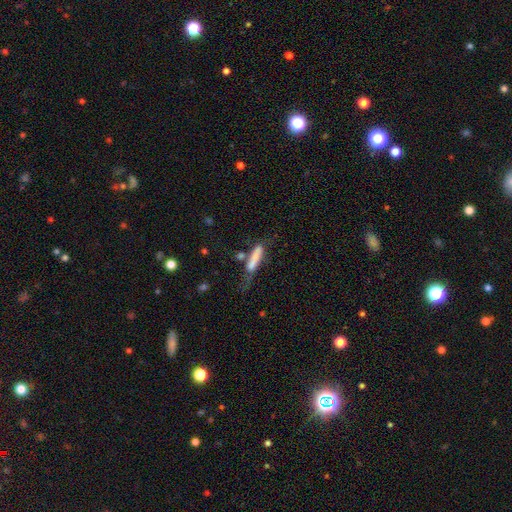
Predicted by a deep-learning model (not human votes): Smooth or featured: smooth — 70% (featured or disk — 22%)
How rounded: cigar-shaped — 79% (in between — 19%)
Merging: none — 36% (minor disturbance — 24%)